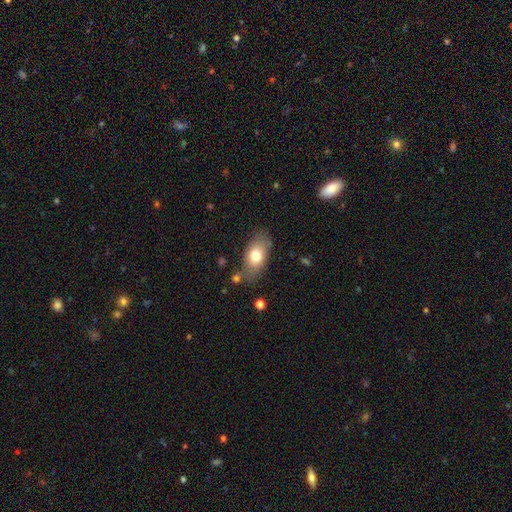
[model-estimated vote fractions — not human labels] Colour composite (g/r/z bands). It shows a smooth galaxy with no disk features (75%) that is in between round and cigar-shaped (89%). Merging: none (72%).